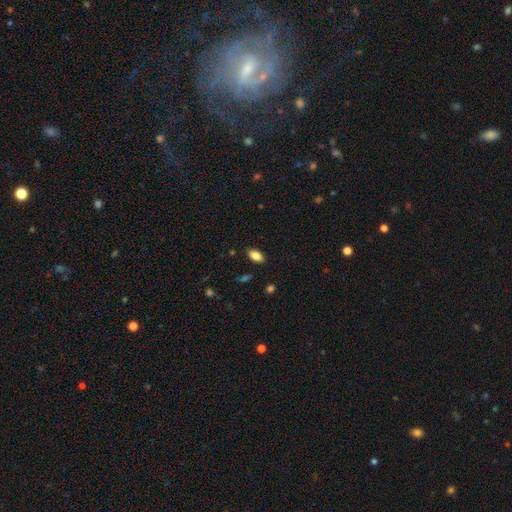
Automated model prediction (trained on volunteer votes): A smooth galaxy with no disk features (81%) that is in between round and cigar-shaped (90%).

Vote fractions:
- Smooth or featured? smooth: 81% / featured or disk: 11% / star or artifact: 8%
- How rounded? in between: 90% / cigar-shaped: 6% / round: 4%
- Merging? none: 86% / minor disturbance: 10% / major disturbance: 2% / merger: 1%